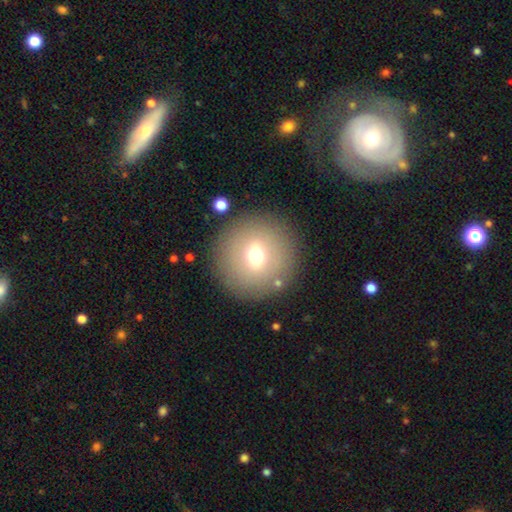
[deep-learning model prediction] This is likely a smooth galaxy (64%). How rounded: clearly round (95%). Merging: clearly none (87%).